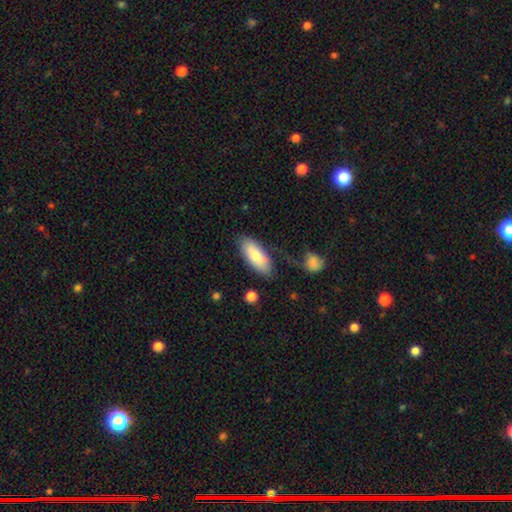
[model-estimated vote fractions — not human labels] Smooth or featured? Predicted: smooth (p=0.77). How rounded? Predicted: in between (p=0.81). Merging? Predicted: none (p=0.71).